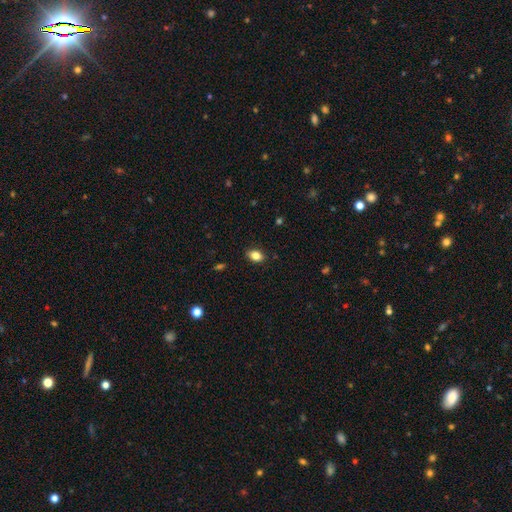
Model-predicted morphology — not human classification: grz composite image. It shows a smooth galaxy with no disk features (84%) that is in between round and cigar-shaped (81%). Merging: none (88%).